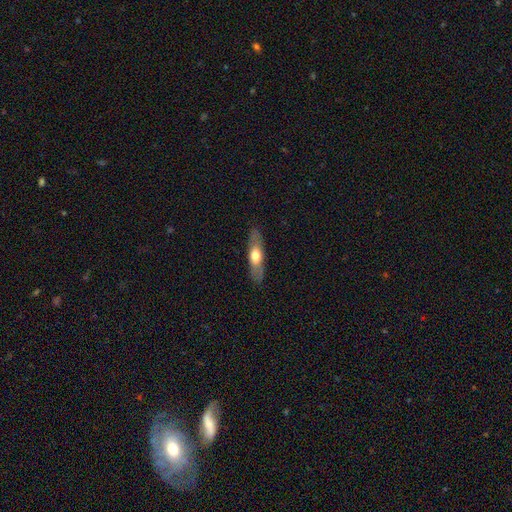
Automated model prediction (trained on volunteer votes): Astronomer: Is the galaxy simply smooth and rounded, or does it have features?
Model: smooth — 52% (runner-up: featured or disk, 43%).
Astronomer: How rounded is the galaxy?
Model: cigar-shaped — 59% (runner-up: in between, 38%).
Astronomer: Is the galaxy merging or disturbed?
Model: none — 86%.